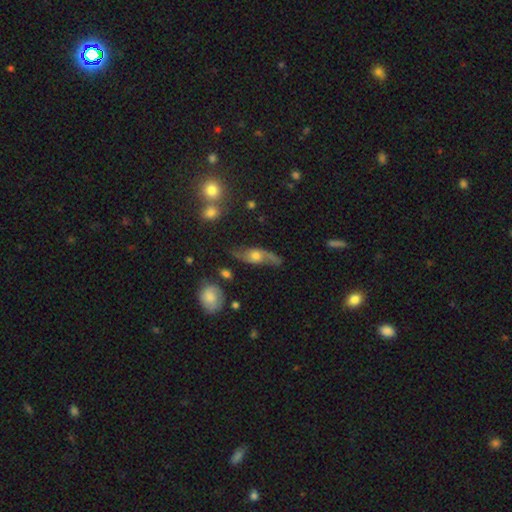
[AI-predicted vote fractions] A featured or disk galaxy (72%) with no bar (72%), spiral arms (88%) and a moderate central bulge (60%).

Vote fractions:
- Smooth or featured? featured or disk: 72% / smooth: 21% / star or artifact: 7%
- Edge-on disk? no: 77% / yes: 23%
- Bar? no: 72% / weak: 23% / strong: 5%
- Spiral arms? yes: 88% / no: 12%
- Bulge size? moderate: 60% / small: 22% / large: 14% / none: 3% / dominant: 2%
- Merging? none: 63% / minor disturbance: 22% / major disturbance: 11% / merger: 4%